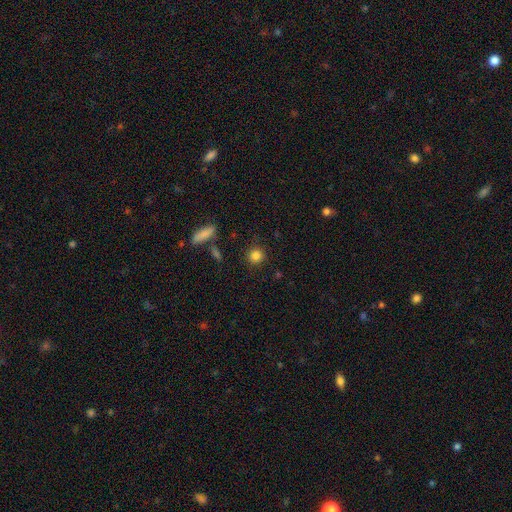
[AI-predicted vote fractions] This is clearly a smooth galaxy (84%). How rounded: clearly round (90%). Merging: clearly none (87%).